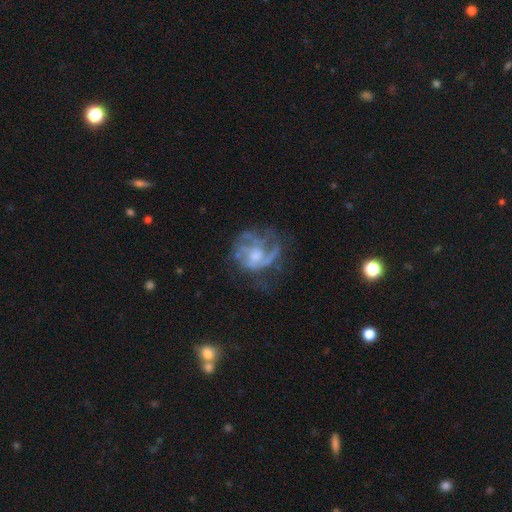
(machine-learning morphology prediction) The model was most divided on "spiral winding": medium: 41%, tight: 37%, loose: 23%. Remaining: edge-on disk — no (98%); smooth or featured — featured or disk (76%); spiral arms — yes (74%); bar — no (73%); bulge size — moderate (52%); merging — none (46%); spiral arm count — can't tell (38%).